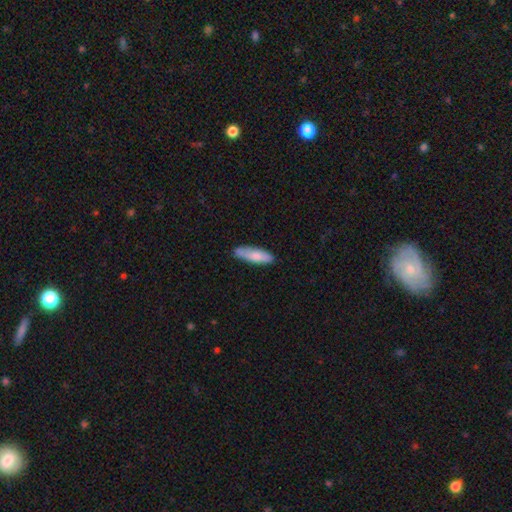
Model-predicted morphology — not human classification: Smooth or featured? smooth (79%)
How rounded? cigar-shaped (57%)
Merging? none (79%)